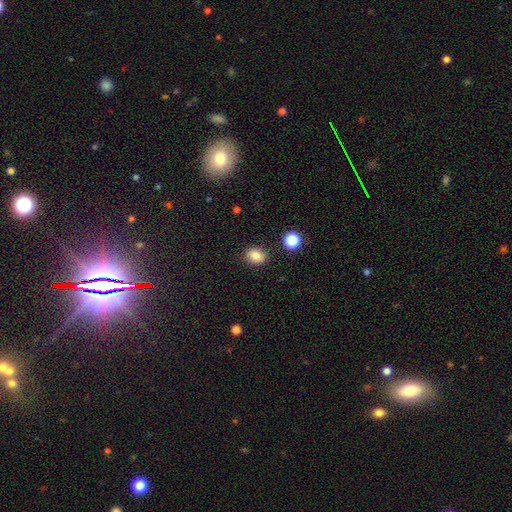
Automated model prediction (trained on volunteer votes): Smooth or featured? Predicted: smooth (p=0.86). How rounded? Predicted: in between (p=0.60). Merging? Predicted: none (p=0.85).